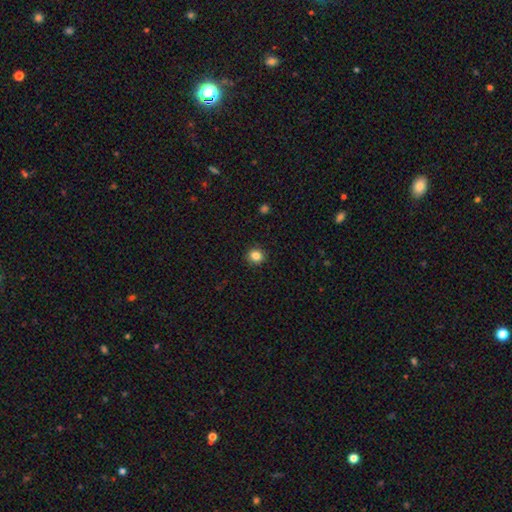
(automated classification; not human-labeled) Smooth or featured? Predicted: smooth (p=0.85). How rounded? Predicted: round (p=0.83). Merging? Predicted: none (p=0.91).